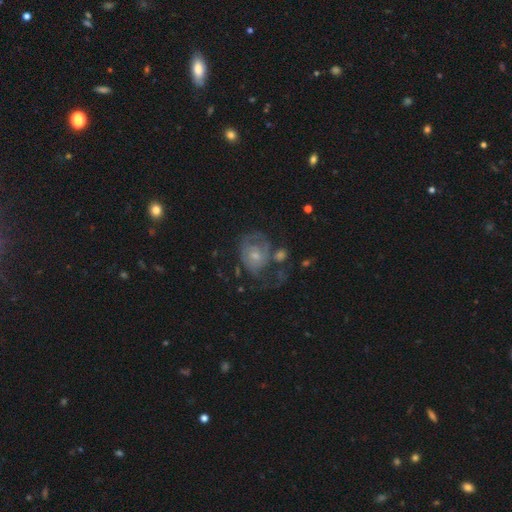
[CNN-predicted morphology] Smooth or featured? featured or disk (65%)
Edge-on disk? no (97%)
Bar? no (77%)
Spiral arms? yes (67%)
Bulge size? small (55%)
Merging? major disturbance (35%)